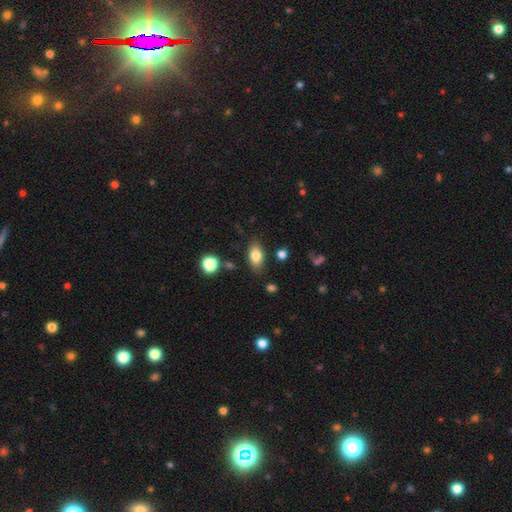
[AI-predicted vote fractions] Smooth or featured: smooth — 81% (featured or disk — 11%)
How rounded: in between — 88% (round — 7%)
Merging: none — 81% (minor disturbance — 13%)